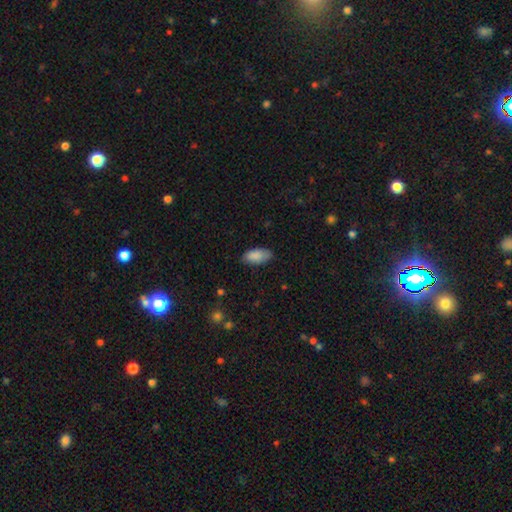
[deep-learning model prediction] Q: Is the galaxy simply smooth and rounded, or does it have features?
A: smooth — 88%.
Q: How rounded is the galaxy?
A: in between — 92%.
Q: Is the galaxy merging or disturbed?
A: none — 78%.